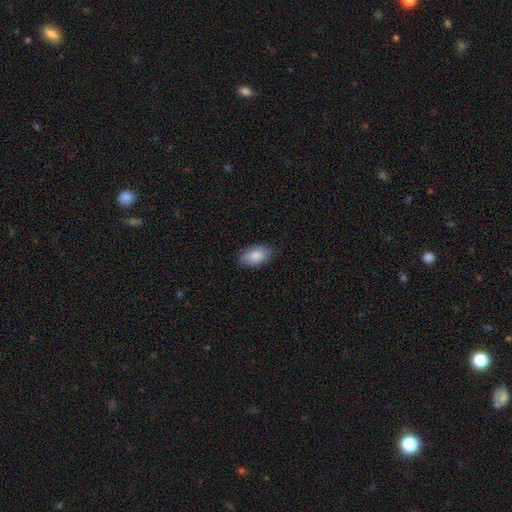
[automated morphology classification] Q: Smooth or featured?
A: smooth (87%); runner-up: featured or disk (7%)
Q: How rounded?
A: in between (93%); runner-up: round (4%)
Q: Merging?
A: none (81%); runner-up: minor disturbance (15%)